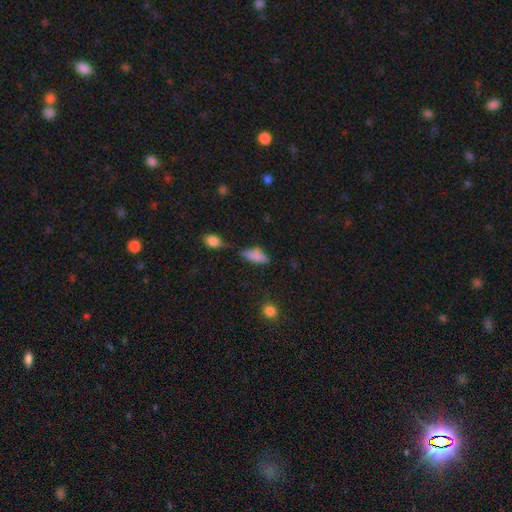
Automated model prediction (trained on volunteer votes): This is likely a smooth galaxy (72%). How rounded: likely in between (67%). Merging: marginally none (41%).